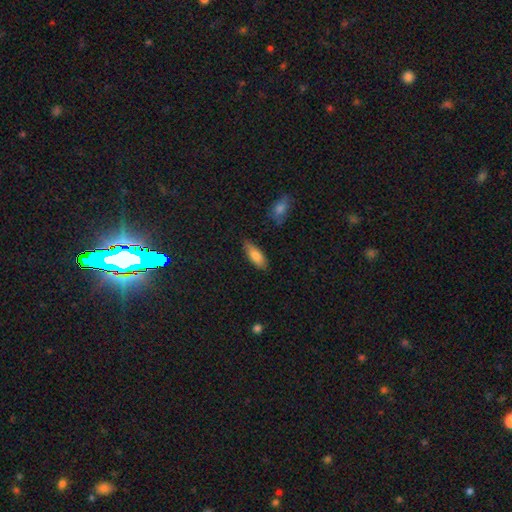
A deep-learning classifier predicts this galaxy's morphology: The model was most divided on "how rounded": in between: 71%, cigar-shaped: 27%, round: 2%. More confident: smooth or featured — smooth (82%); merging — none (79%).